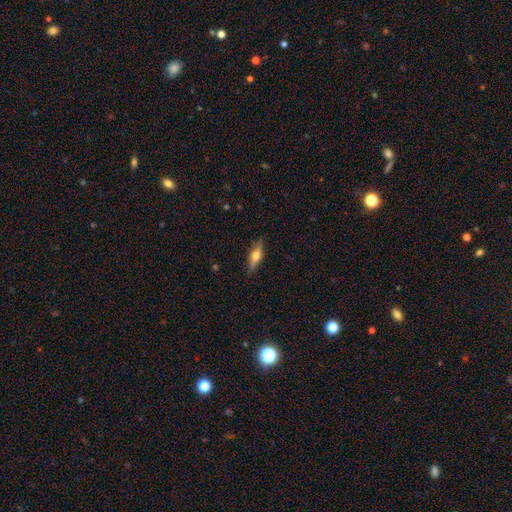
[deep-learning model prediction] featured or disk 50%, smooth 43%, star or artifact 7%. Down the decision tree: merging — none (85%).